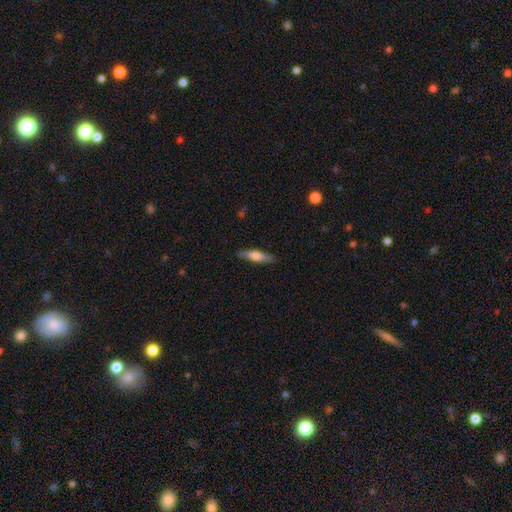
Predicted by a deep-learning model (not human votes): Smooth or featured?
  - smooth: 62% *
  - featured or disk: 33%
  - star or artifact: 6%
How rounded?
  - cigar-shaped: 76% *
  - in between: 22%
  - round: 2%
Merging?
  - none: 86% *
  - minor disturbance: 11%
  - major disturbance: 2%
  - merger: 1%